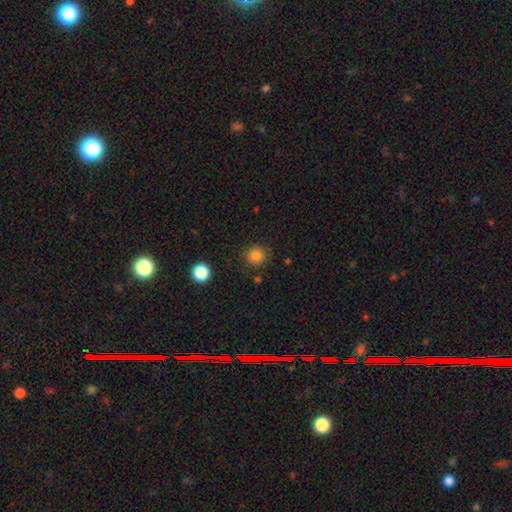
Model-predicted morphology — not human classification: smooth 84%, star or artifact 12%, featured or disk 4%. Down the decision tree: how rounded — round (92%); merging — none (85%).